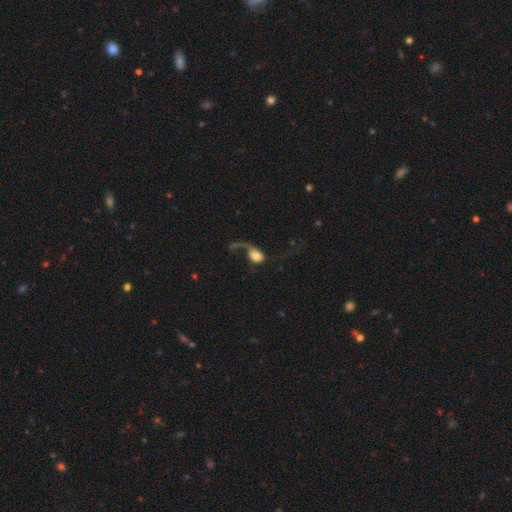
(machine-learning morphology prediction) smooth-or-featured: smooth: 52% | featured or disk: 40% | star or artifact: 9%
  how-rounded: in between: 61% | round: 37% | cigar-shaped: 3%
  merging: major disturbance: 55% | none: 23% | minor disturbance: 14% | merger: 7%